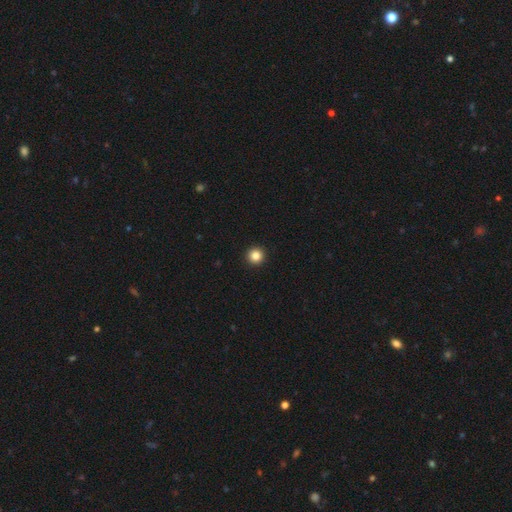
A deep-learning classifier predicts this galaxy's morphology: Q: Smooth or featured?
A: smooth (85%); runner-up: star or artifact (11%)
Q: How rounded?
A: round (96%); runner-up: in between (3%)
Q: Merging?
A: none (94%); runner-up: minor disturbance (3%)